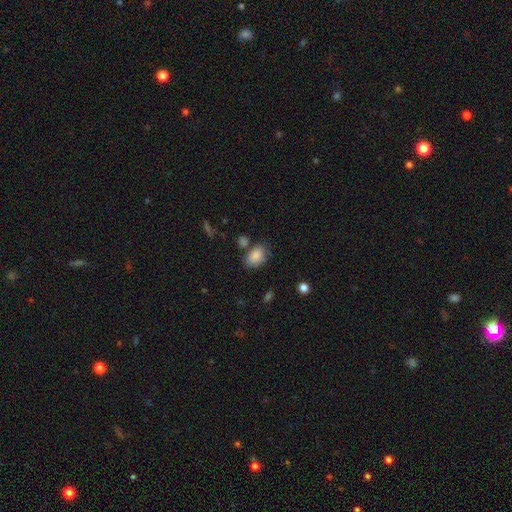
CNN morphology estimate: Smooth or featured? Predicted: smooth (p=0.84). How rounded? Predicted: in between (p=0.81). Merging? Predicted: none (p=0.63).